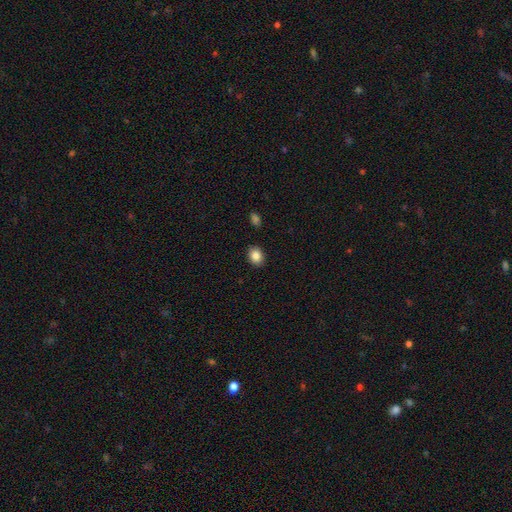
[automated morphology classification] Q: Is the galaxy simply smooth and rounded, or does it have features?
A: smooth — 86%.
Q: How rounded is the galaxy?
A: in between — 52%.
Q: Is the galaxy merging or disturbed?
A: none — 89%.